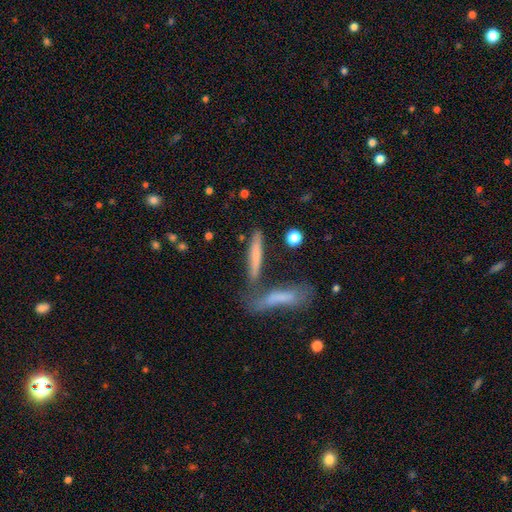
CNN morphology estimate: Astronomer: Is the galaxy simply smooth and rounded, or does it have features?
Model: smooth — 62%.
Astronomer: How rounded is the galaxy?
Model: cigar-shaped — 87%.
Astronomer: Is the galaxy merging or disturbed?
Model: none — 56%.